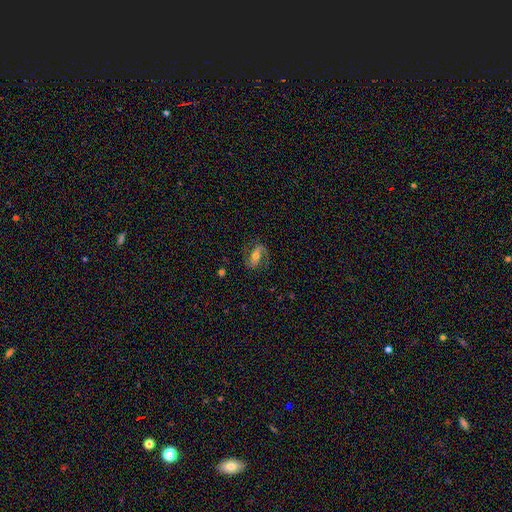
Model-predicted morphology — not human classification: smooth_or_featured: featured or disk (p=0.71) [alt: smooth p=0.21]
disk_edge_on: no (p=0.94) [alt: yes p=0.06]
bar: strong (p=0.41) [alt: weak p=0.32]
has_spiral_arms: yes (p=0.90) [alt: no p=0.10]
spiral_winding: medium (p=0.43) [alt: loose p=0.37]
spiral_arm_count: 2 (p=0.86) [alt: 1 p=0.06]
bulge_size: moderate (p=0.59) [alt: small p=0.31]
merging: none (p=0.75) [alt: minor disturbance p=0.15]